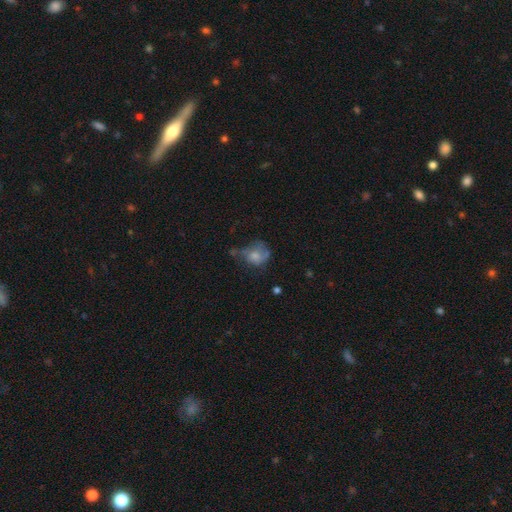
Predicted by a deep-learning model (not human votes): Smooth or featured? Predicted: smooth (p=0.61). How rounded? Predicted: round (p=0.60). Merging? Predicted: none (p=0.31).